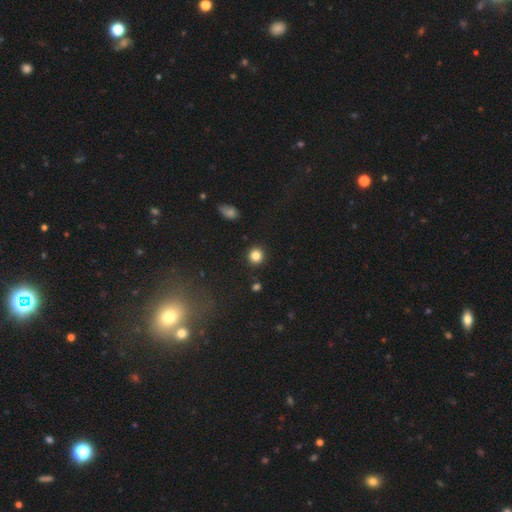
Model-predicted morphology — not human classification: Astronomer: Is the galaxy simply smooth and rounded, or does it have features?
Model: smooth — 84%.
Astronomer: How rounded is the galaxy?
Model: round — 91%.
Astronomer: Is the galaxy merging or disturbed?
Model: none — 90%.